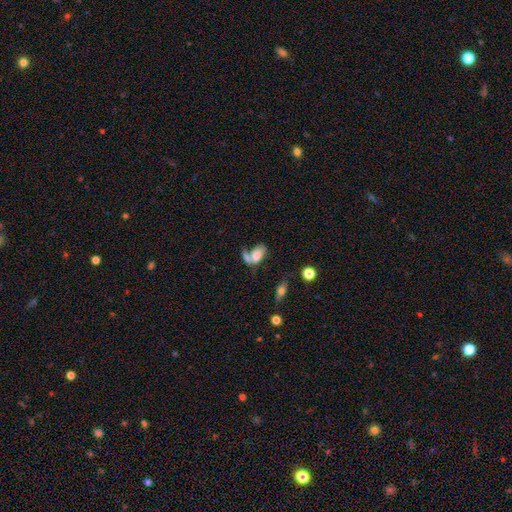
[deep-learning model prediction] smooth-or-featured: smooth: 69% | featured or disk: 21% | star or artifact: 10%
  how-rounded: in between: 89% | round: 8% | cigar-shaped: 3%
  merging: merger: 44% | none: 29% | major disturbance: 14% | minor disturbance: 13%